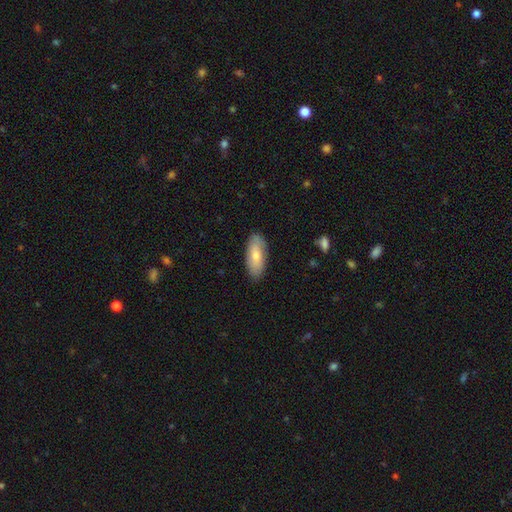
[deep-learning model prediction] This appears to be a smooth galaxy with no disk features (73%) that is in between round and cigar-shaped (84%). Merging: none (85%).